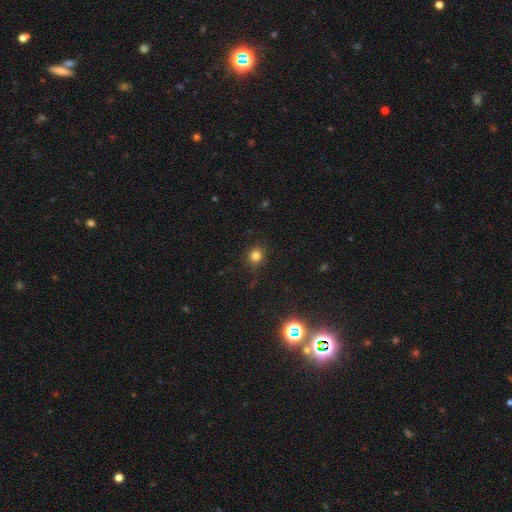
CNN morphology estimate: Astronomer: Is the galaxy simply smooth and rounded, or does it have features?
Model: smooth — 80%.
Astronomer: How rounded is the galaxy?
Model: round — 72%.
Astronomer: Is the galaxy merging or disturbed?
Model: none — 85%.